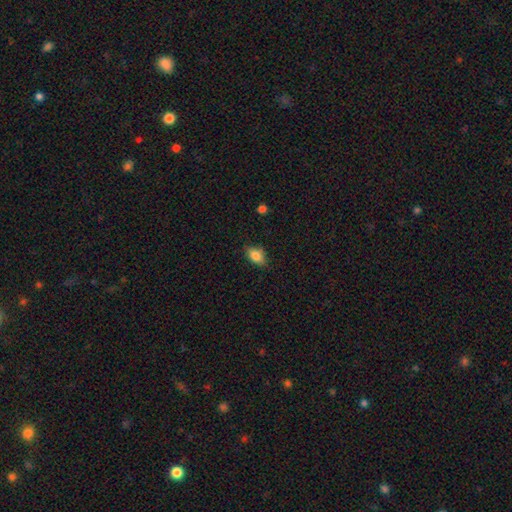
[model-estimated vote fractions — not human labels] This appears to be a smooth galaxy with no disk features (84%) that is in between round and cigar-shaped (84%). Merging: none (76%).